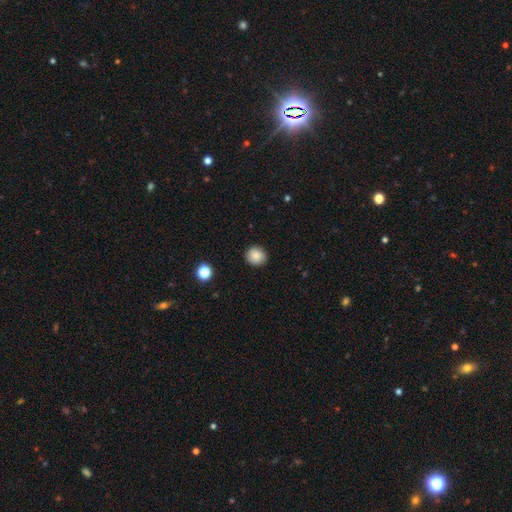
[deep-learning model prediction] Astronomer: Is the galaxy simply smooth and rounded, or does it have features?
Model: smooth — 85%.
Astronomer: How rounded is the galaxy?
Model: round — 89%.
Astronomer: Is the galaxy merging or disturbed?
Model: none — 89%.